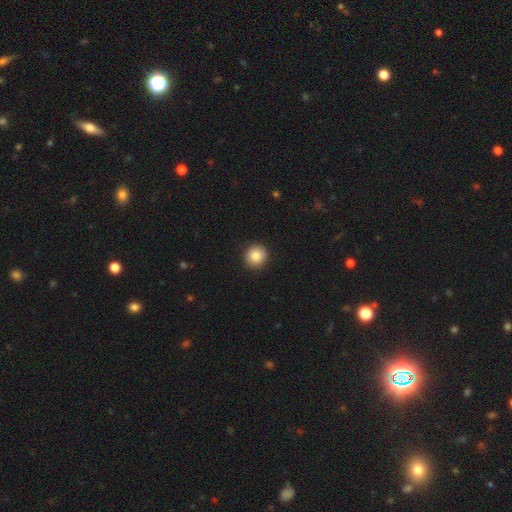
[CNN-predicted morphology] Smooth or featured?
  - smooth: 87% *
  - star or artifact: 8%
  - featured or disk: 4%
How rounded?
  - round: 92% *
  - in between: 7%
  - cigar-shaped: 1%
Merging?
  - none: 92% *
  - minor disturbance: 5%
  - major disturbance: 2%
  - merger: 1%